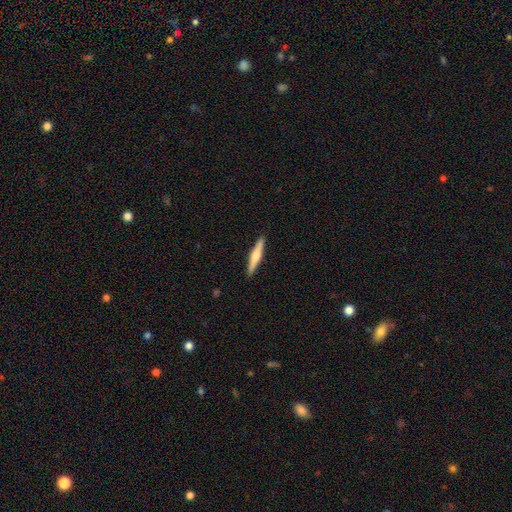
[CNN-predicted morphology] A featured or disk galaxy (48%).

Vote fractions:
- Smooth or featured? featured or disk: 48% / smooth: 46% / star or artifact: 5%
- Merging? none: 92% / minor disturbance: 6% / major disturbance: 1% / merger: 1%